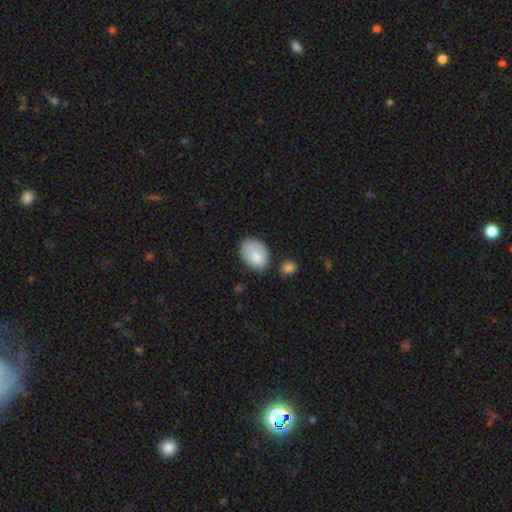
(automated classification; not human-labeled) smooth-or-featured: smooth: 83% | featured or disk: 11% | star or artifact: 6%
  how-rounded: in between: 85% | round: 14% | cigar-shaped: 1%
  merging: none: 62% | minor disturbance: 25% | merger: 7% | major disturbance: 6%